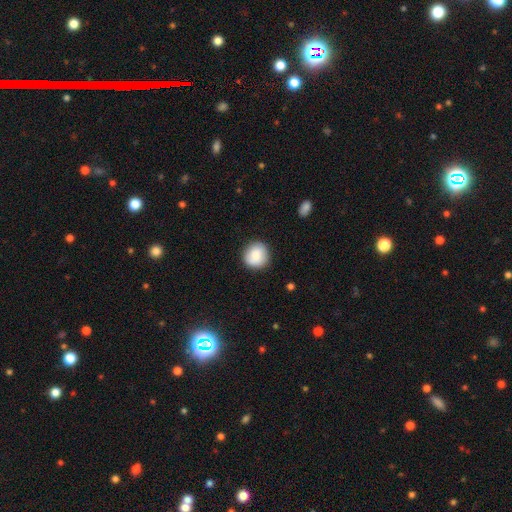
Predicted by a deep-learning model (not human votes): A smooth galaxy with no disk features (86%) that is round (89%). Merging: none (86%).